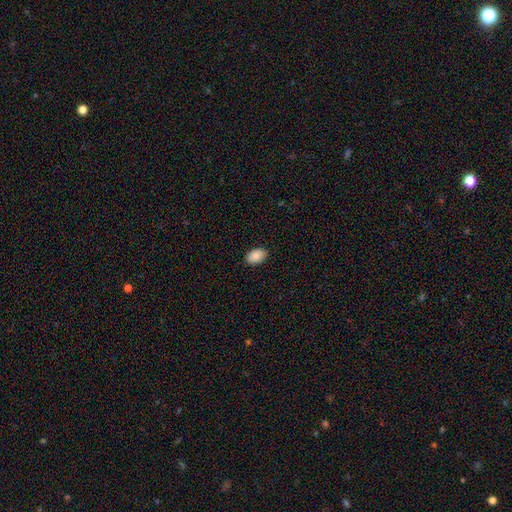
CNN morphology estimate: type=smooth (88%); roundness=in between (90%); merging=none (89%).